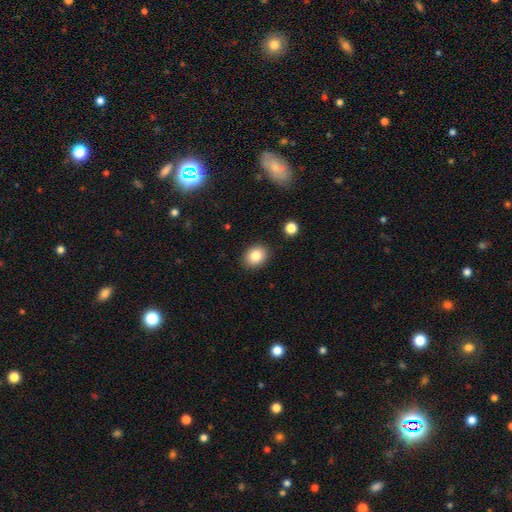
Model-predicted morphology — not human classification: Overall: smooth (84%). How rounded: round (55%; in between 44%). Merging: none (88%).